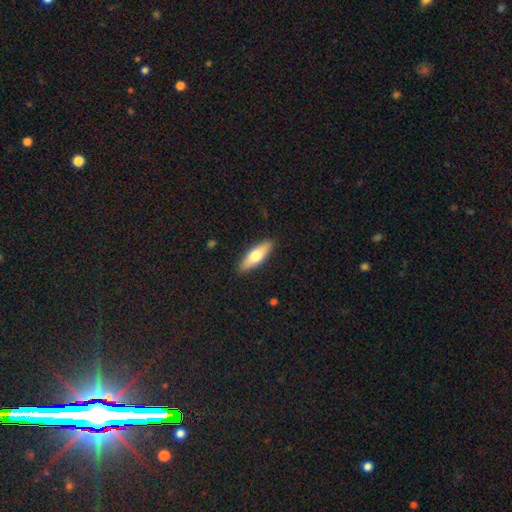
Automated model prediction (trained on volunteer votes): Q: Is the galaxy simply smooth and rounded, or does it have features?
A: smooth — 65%.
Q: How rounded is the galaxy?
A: in between — 52%.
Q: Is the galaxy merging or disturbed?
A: none — 90%.